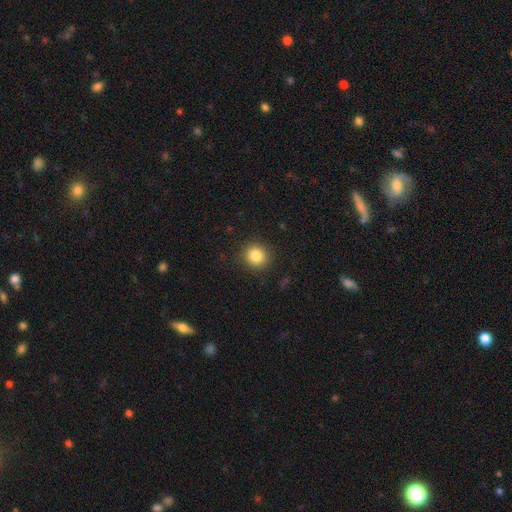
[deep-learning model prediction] This is clearly a smooth galaxy (84%). How rounded: clearly round (91%). Merging: clearly none (90%).